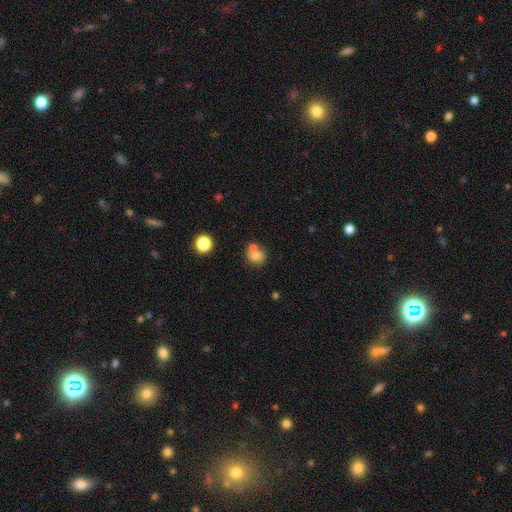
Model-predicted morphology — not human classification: The model was most divided on "merging": none: 45%, merger: 41%, minor disturbance: 11%, major disturbance: 4%. More confident: smooth or featured — smooth (73%); how rounded — round (71%).